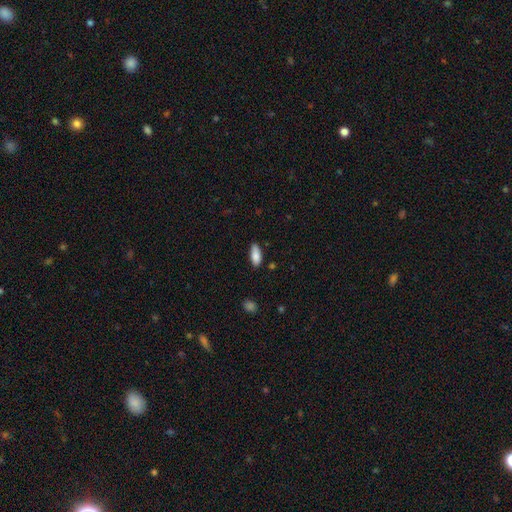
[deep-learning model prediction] A smooth galaxy with no disk features (85%) that is in between round and cigar-shaped (83%).

Vote fractions:
- Smooth or featured? smooth: 85% / featured or disk: 8% / star or artifact: 7%
- How rounded? in between: 83% / cigar-shaped: 15% / round: 2%
- Merging? none: 77% / minor disturbance: 18% / major disturbance: 3% / merger: 2%